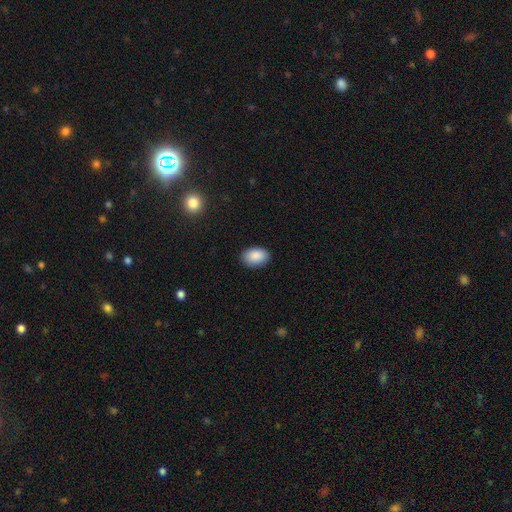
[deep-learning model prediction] Morphology: type=smooth (90%); roundness=in between (89%); merging=none (88%).